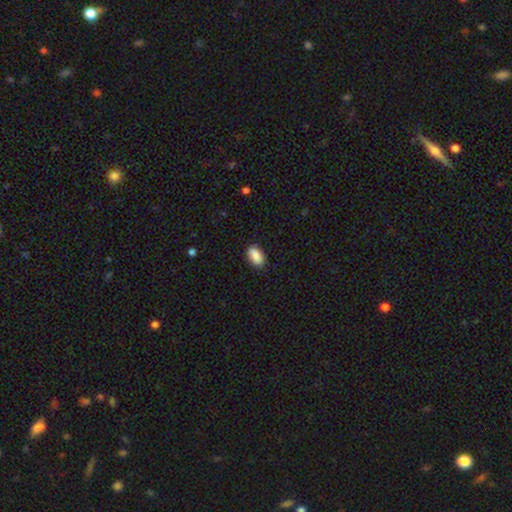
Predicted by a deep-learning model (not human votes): smooth_or_featured: smooth (p=0.87) [alt: star or artifact p=0.07]
how_rounded: in between (p=0.91) [alt: round p=0.05]
merging: none (p=0.85) [alt: minor disturbance p=0.11]